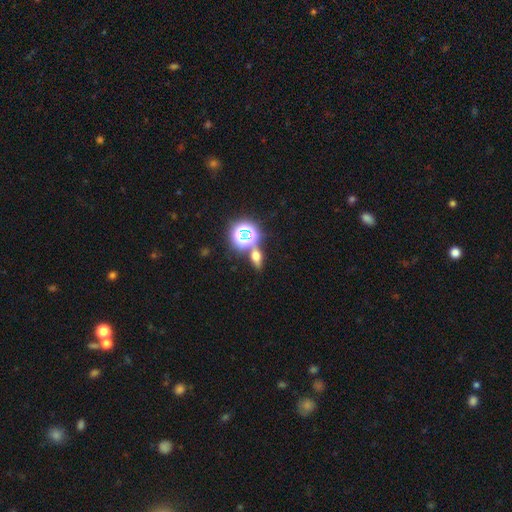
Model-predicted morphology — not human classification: type=smooth (44%); merging=none (73%).